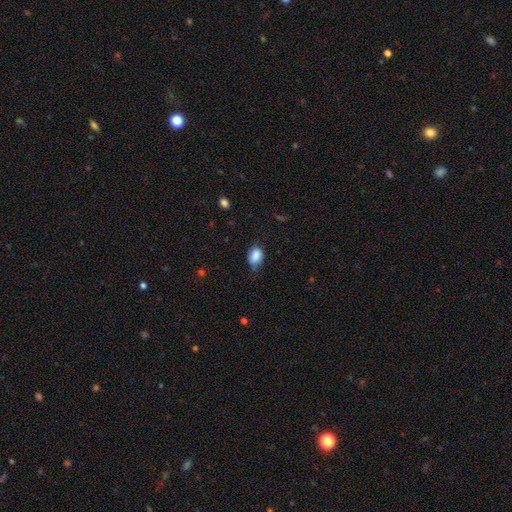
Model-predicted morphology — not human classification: Smooth or featured?
  - smooth: 84% *
  - star or artifact: 8%
  - featured or disk: 8%
How rounded?
  - in between: 79% *
  - round: 20%
  - cigar-shaped: 1%
Merging?
  - none: 57% *
  - minor disturbance: 33%
  - major disturbance: 8%
  - merger: 2%